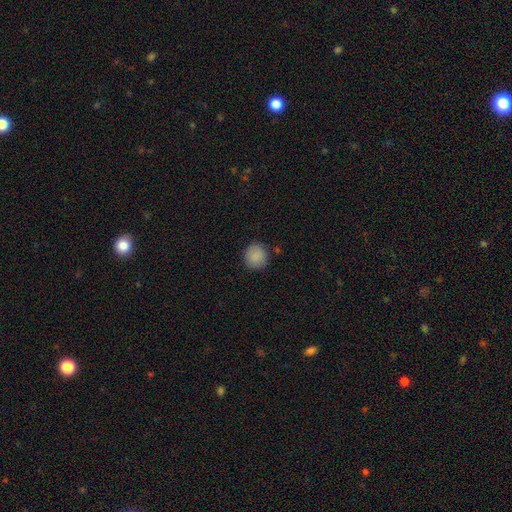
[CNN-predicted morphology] smooth-or-featured: smooth: 88% | star or artifact: 8% | featured or disk: 4%
  how-rounded: round: 90% | in between: 9% | cigar-shaped: 1%
  merging: none: 86% | minor disturbance: 10% | major disturbance: 2% | merger: 2%